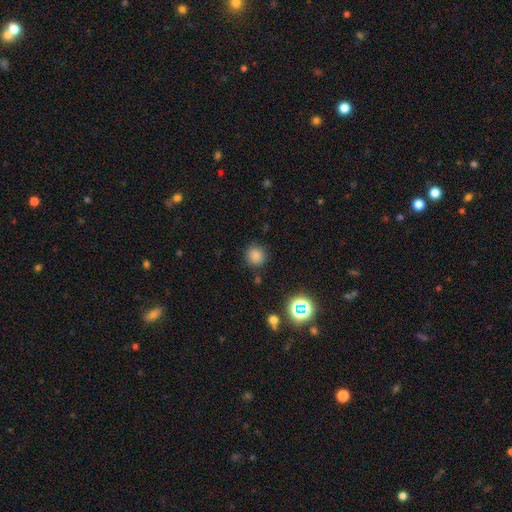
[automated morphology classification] Smooth or featured?
  - smooth: 81% *
  - star or artifact: 15%
  - featured or disk: 5%
How rounded?
  - round: 92% *
  - in between: 7%
  - cigar-shaped: 1%
Merging?
  - none: 87% *
  - minor disturbance: 8%
  - major disturbance: 3%
  - merger: 2%